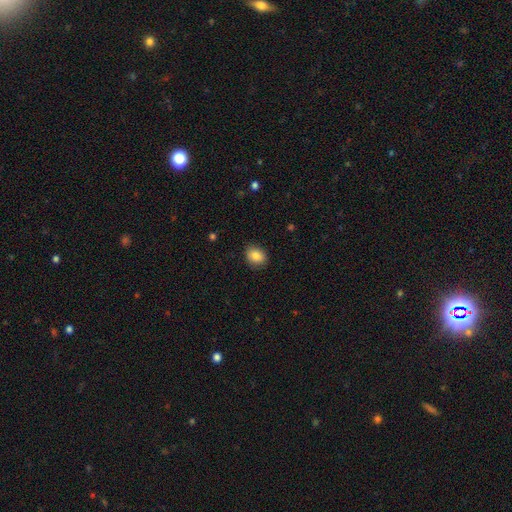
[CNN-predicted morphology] Smooth or featured: smooth — 85% (star or artifact — 9%)
How rounded: in between — 51% (round — 48%)
Merging: none — 87% (minor disturbance — 9%)